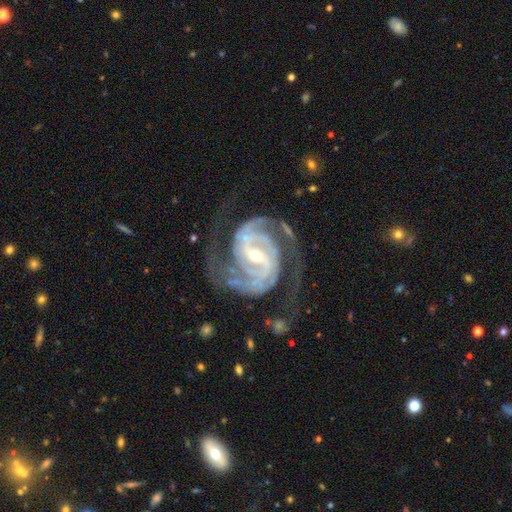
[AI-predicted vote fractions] The model was most divided on "bar": strong: 46%, weak: 39%, no: 15%. Remaining: spiral arms — yes (99%); edge-on disk — no (98%); smooth or featured — featured or disk (94%); spiral arm count — 2 (76%); merging — none (71%); bulge size — small (60%); spiral winding — medium (49%).